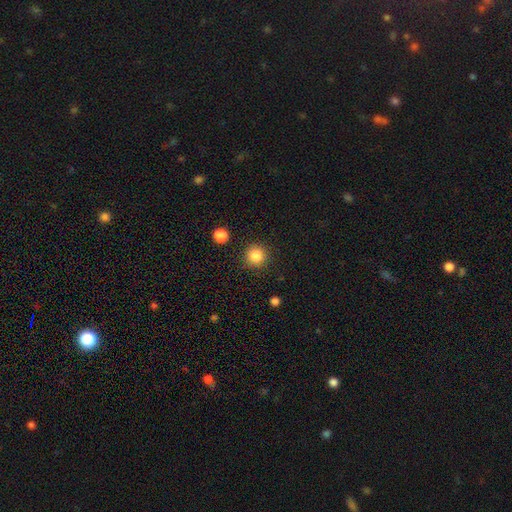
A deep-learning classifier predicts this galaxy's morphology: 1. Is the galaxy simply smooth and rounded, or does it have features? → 85% smooth, 11% star or artifact, 4% featured or disk.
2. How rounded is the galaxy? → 94% round, 5% in between, 1% cigar-shaped.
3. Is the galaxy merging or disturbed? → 90% none, 6% minor disturbance, 2% major disturbance, 2% merger.